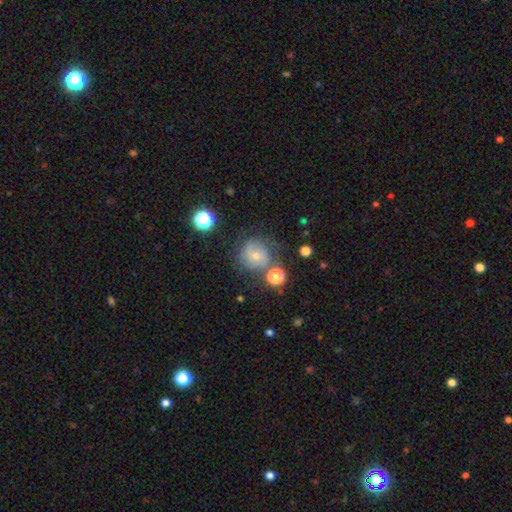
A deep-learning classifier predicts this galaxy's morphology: A smooth galaxy with no disk features (46%).

Vote fractions:
- Smooth or featured? smooth: 46% / featured or disk: 35% / star or artifact: 19%
- Merging? none: 69% / minor disturbance: 16% / major disturbance: 8% / merger: 7%